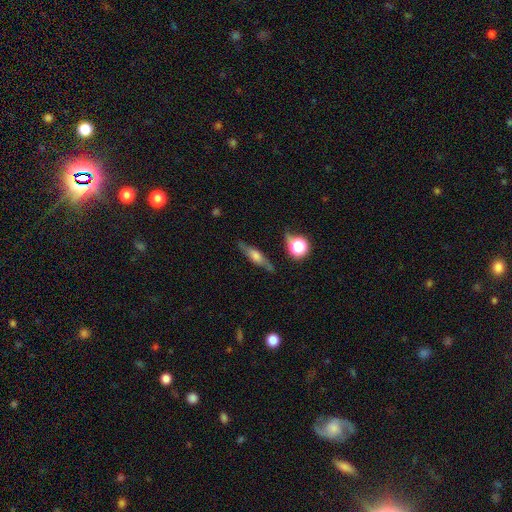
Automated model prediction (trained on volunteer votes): smooth_or_featured: featured or disk (p=0.55) [alt: smooth p=0.35]
disk_edge_on: yes (p=0.86) [alt: no p=0.14]
merging: none (p=0.80) [alt: minor disturbance p=0.14]